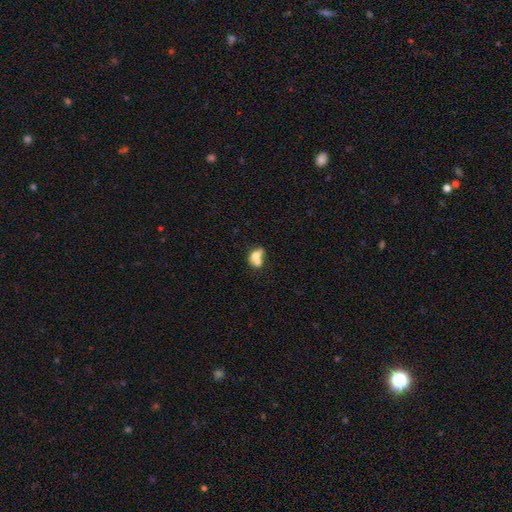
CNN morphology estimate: A smooth galaxy with no disk features (61%) that is in between round and cigar-shaped (63%). Merging: merger (66%).